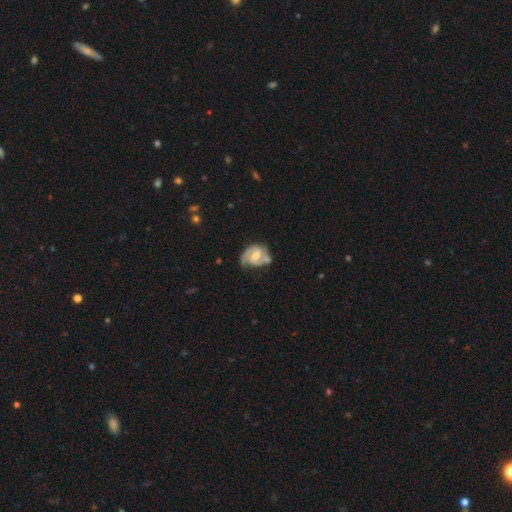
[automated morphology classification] Smooth or featured?
  - featured or disk: 81% *
  - smooth: 14%
  - star or artifact: 5%
Edge-on disk?
  - no: 98% *
  - yes: 2%
Bar?
  - weak: 52% *
  - no: 25%
  - strong: 23%
Spiral arms?
  - yes: 94% *
  - no: 6%
Spiral winding?
  - medium: 49% *
  - tight: 36%
  - loose: 16%
Spiral arm count?
  - 2: 78% *
  - 1: 11%
  - can't tell: 6%
  - 3: 2%
  - 4: 1%
  - more than 4: 1%
Bulge size?
  - moderate: 44% *
  - small: 34%
  - none: 14%
  - large: 7%
  - dominant: 1%
Merging?
  - none: 51% *
  - minor disturbance: 26%
  - major disturbance: 13%
  - merger: 10%